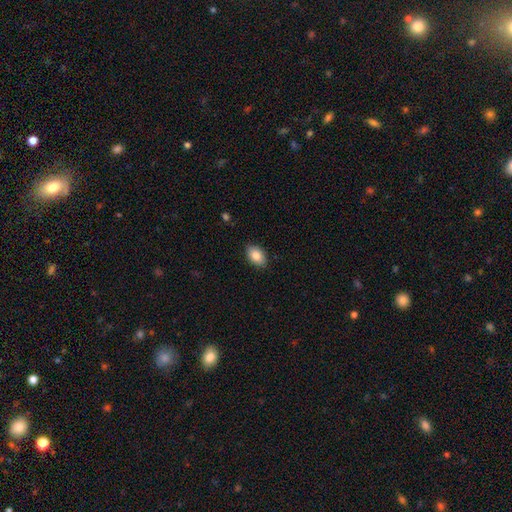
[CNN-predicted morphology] A smooth galaxy with no disk features (85%) that is in between round and cigar-shaped (89%). Merging: none (87%).